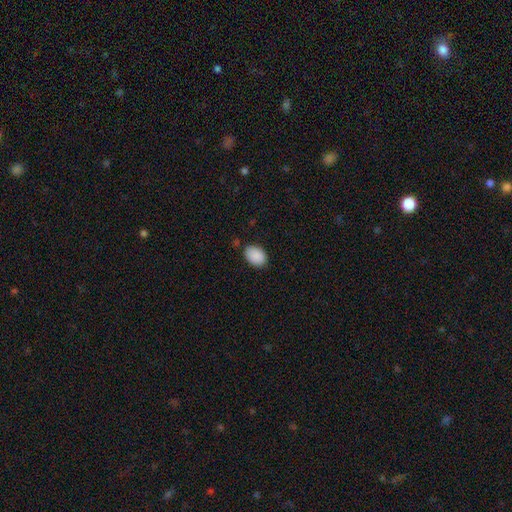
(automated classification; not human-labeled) Smooth or featured? smooth (90%)
How rounded? in between (83%)
Merging? none (82%)